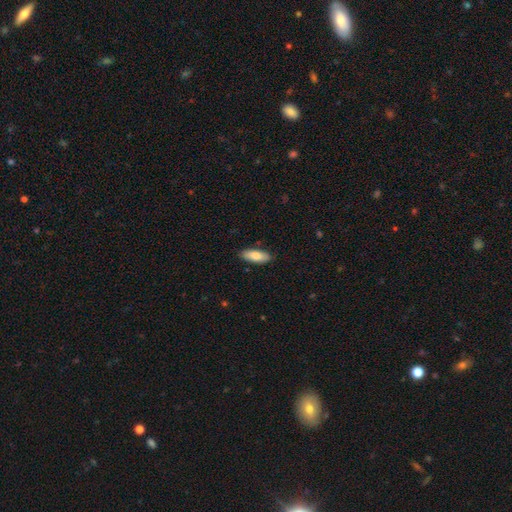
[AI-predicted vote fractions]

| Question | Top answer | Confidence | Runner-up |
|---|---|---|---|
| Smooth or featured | smooth | 82% | featured or disk (12%) |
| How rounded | in between | 74% | cigar-shaped (25%) |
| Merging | none | 87% | minor disturbance (10%) |